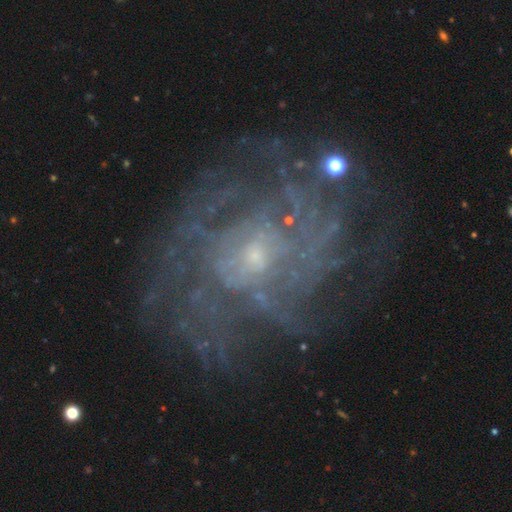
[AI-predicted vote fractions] The model was most divided on "spiral winding": tight: 60%, medium: 29%, loose: 11%. Remaining: edge-on disk — no (98%); spiral arms — yes (88%); smooth or featured — featured or disk (84%); bulge size — small (75%); merging — none (69%); bar — no (67%); spiral arm count — can't tell (46%).